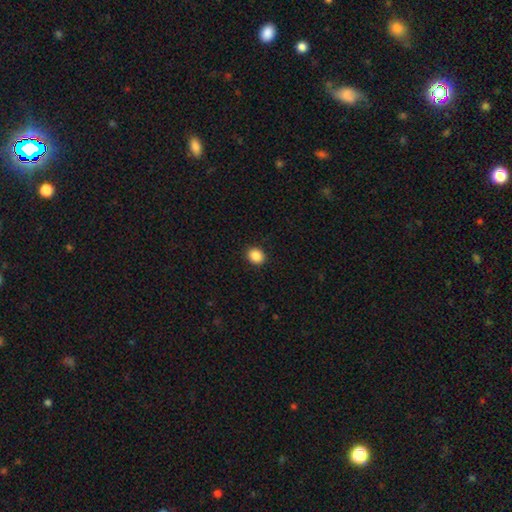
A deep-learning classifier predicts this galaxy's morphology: Q: Smooth or featured?
A: smooth (88%); runner-up: star or artifact (9%)
Q: How rounded?
A: round (60%); runner-up: in between (39%)
Q: Merging?
A: none (92%); runner-up: minor disturbance (6%)